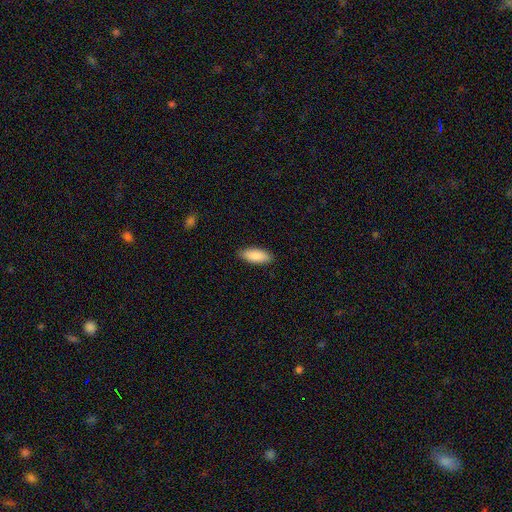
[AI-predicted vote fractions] Smooth or featured?
  - smooth: 87% *
  - featured or disk: 7%
  - star or artifact: 6%
How rounded?
  - in between: 78% *
  - cigar-shaped: 20%
  - round: 2%
Merging?
  - none: 88% *
  - minor disturbance: 9%
  - major disturbance: 2%
  - merger: 1%